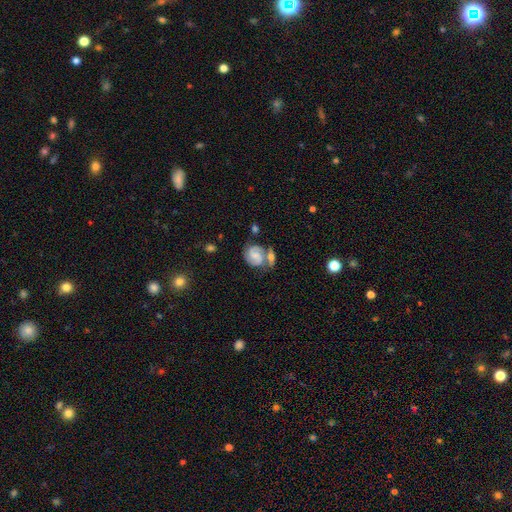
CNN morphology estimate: This is likely a featured or disk galaxy (77%). It is clearly not viewed edge-on (98%). Bar: possibly no (45%). Spiral arm pattern: clearly yes (95%). Spiral arm count: clearly 2 (86%). Spiral winding: possibly medium (45%). Central bulge: possibly small (47%). Merging: possibly none (46%).